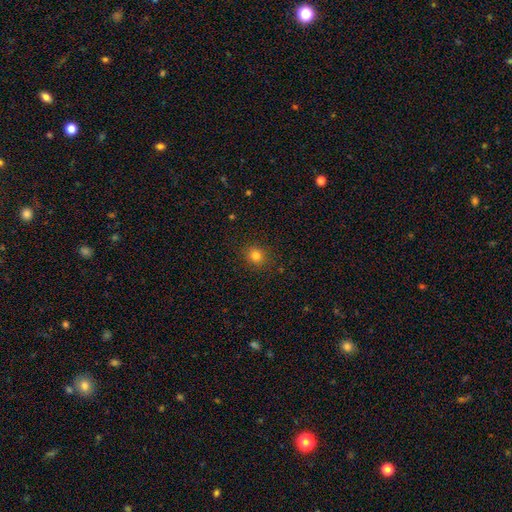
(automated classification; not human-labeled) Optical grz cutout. It shows a smooth galaxy with no disk features (81%) that is round (82%). Merging: none (89%).